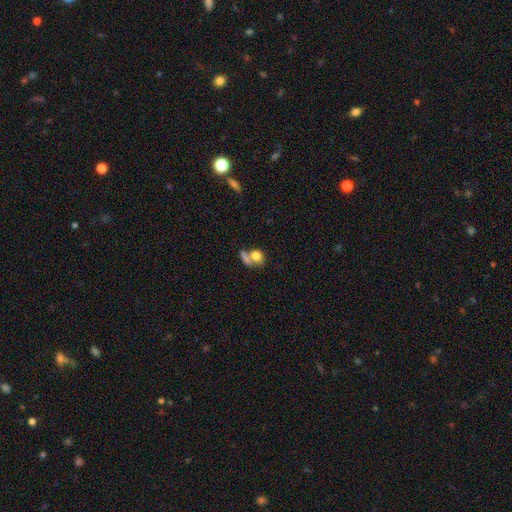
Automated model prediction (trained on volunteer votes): Overall: smooth (78%). How rounded: round (49%; in between 47%). Merging: merger (46%; none 37%).